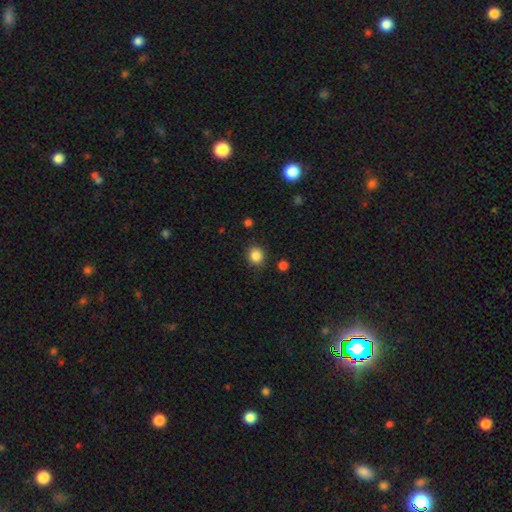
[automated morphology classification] Smooth or featured? Predicted: smooth (p=0.86). How rounded? Predicted: round (p=0.81). Merging? Predicted: none (p=0.86).